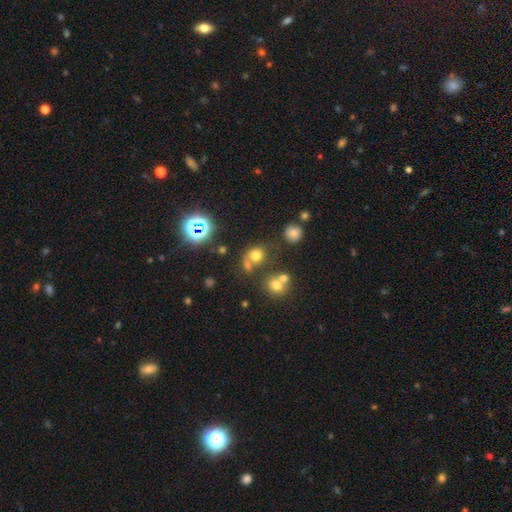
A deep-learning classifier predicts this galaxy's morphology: This appears to be a smooth galaxy with no disk features (65%) that is round (66%). Merging: none (52%).